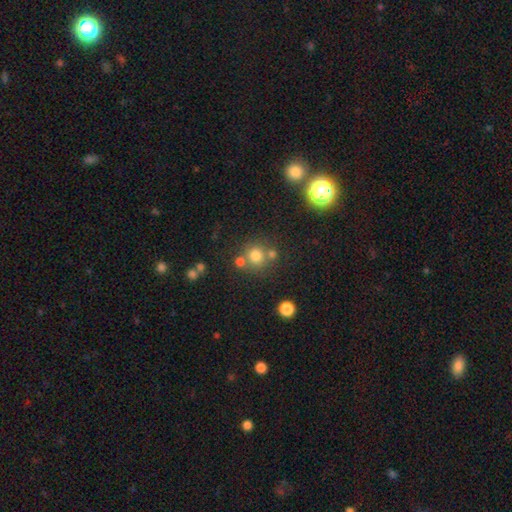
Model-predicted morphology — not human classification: Q: Smooth or featured?
A: smooth (74%); runner-up: star or artifact (17%)
Q: How rounded?
A: round (90%); runner-up: in between (9%)
Q: Merging?
A: none (65%); runner-up: merger (21%)